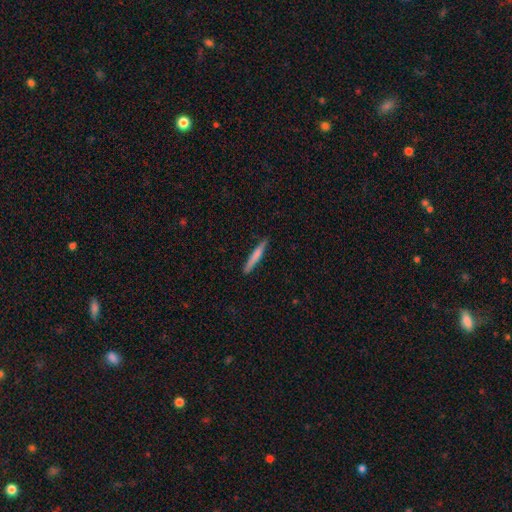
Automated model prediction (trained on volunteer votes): Smooth or featured? smooth (68%)
How rounded? cigar-shaped (96%)
Merging? none (89%)